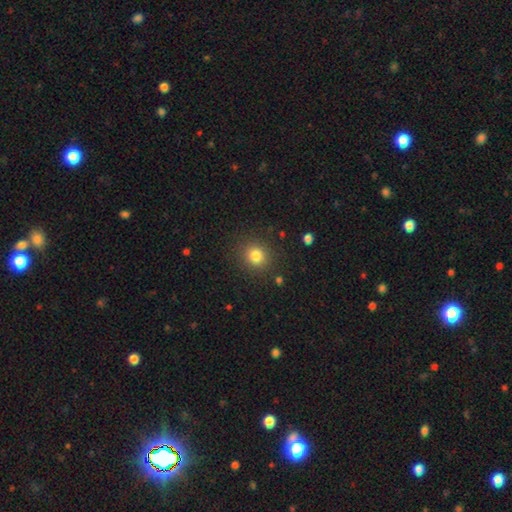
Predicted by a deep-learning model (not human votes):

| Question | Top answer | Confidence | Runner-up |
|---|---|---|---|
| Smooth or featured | smooth | 82% | star or artifact (12%) |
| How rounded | round | 85% | in between (14%) |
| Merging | none | 88% | minor disturbance (8%) |